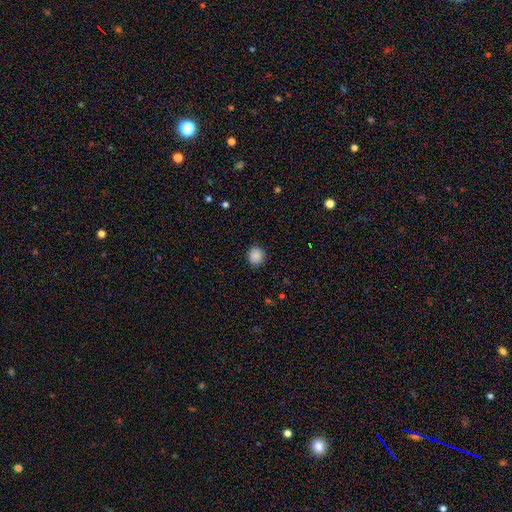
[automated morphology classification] Smooth or featured?
  - smooth: 88% *
  - star or artifact: 9%
  - featured or disk: 3%
How rounded?
  - round: 86% *
  - in between: 13%
  - cigar-shaped: 1%
Merging?
  - none: 90% *
  - minor disturbance: 7%
  - major disturbance: 2%
  - merger: 1%